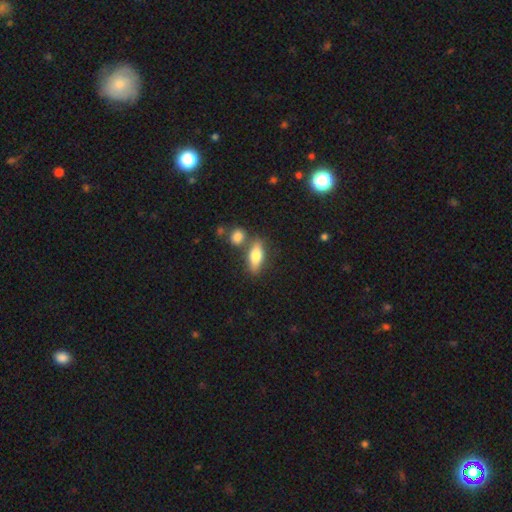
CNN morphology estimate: A smooth galaxy with no disk features (72%) that is in between round and cigar-shaped (68%). Merging: none (67%).